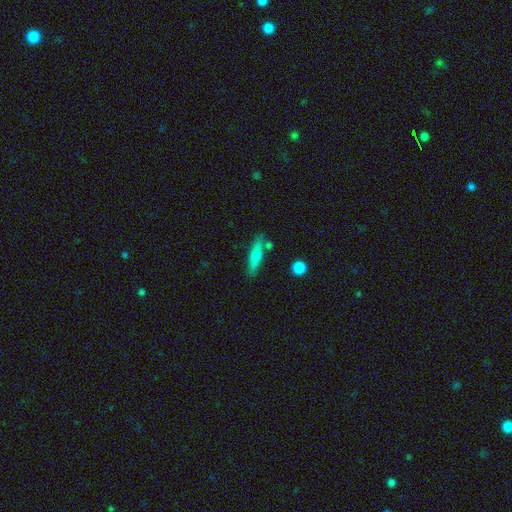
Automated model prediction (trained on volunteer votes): The model was most divided on "smooth or featured": smooth: 72%, featured or disk: 21%, star or artifact: 7%. More confident: merging — none (76%); how rounded — cigar-shaped (75%).